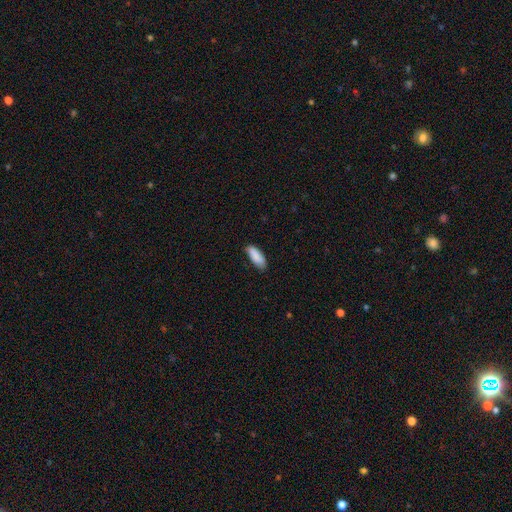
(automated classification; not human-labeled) Overall: smooth (89%). How rounded: in between (72%). Merging: none (76%).